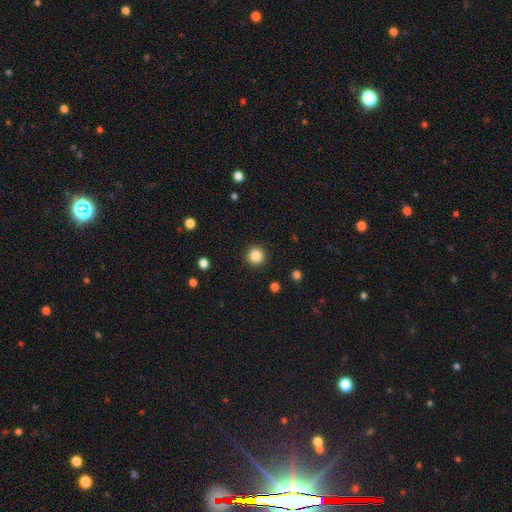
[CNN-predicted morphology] A smooth galaxy with no disk features (85%) that is round (96%).

Vote fractions:
- Smooth or featured? smooth: 85% / star or artifact: 11% / featured or disk: 4%
- How rounded? round: 96% / in between: 4% / cigar-shaped: 1%
- Merging? none: 93% / minor disturbance: 5% / major disturbance: 2% / merger: 1%